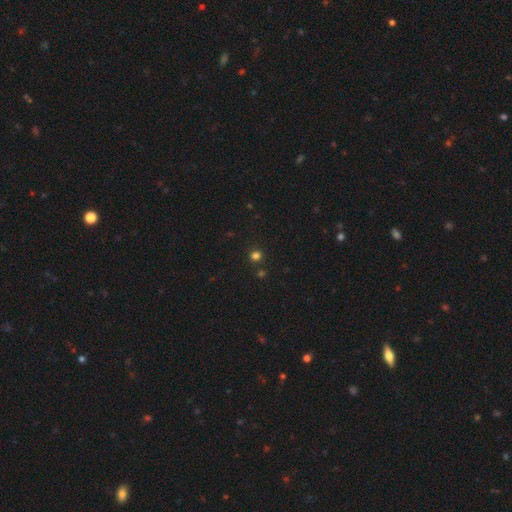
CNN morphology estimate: The model was most divided on "smooth or featured": smooth: 74%, star or artifact: 22%, featured or disk: 4%. More confident: how rounded — round (91%); merging — none (85%).